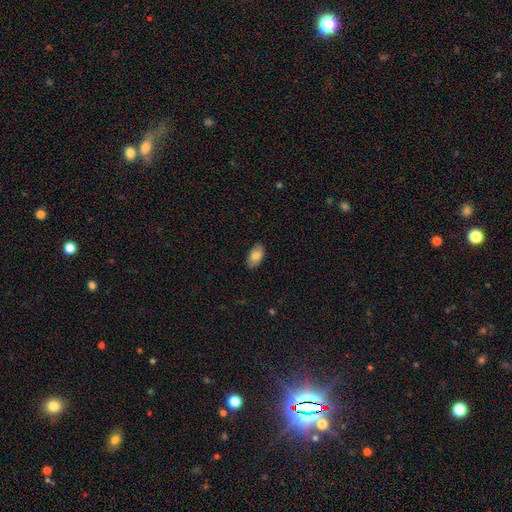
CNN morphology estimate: A smooth galaxy with no disk features (80%) that is in between round and cigar-shaped (94%). Merging: none (87%).